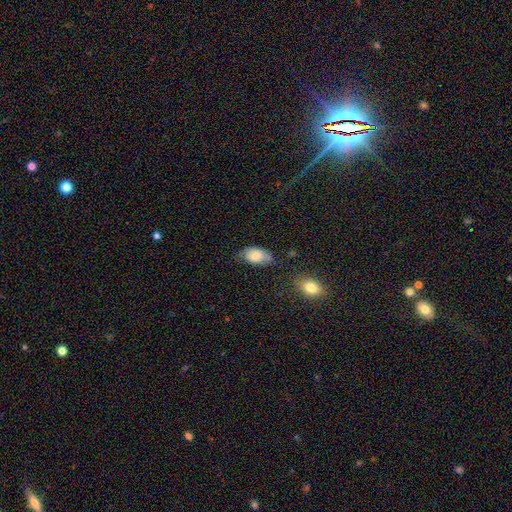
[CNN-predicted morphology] smooth_or_featured: smooth (p=0.76) [alt: featured or disk p=0.16]
how_rounded: in between (p=0.93) [alt: round p=0.05]
merging: none (p=0.53) [alt: minor disturbance p=0.34]